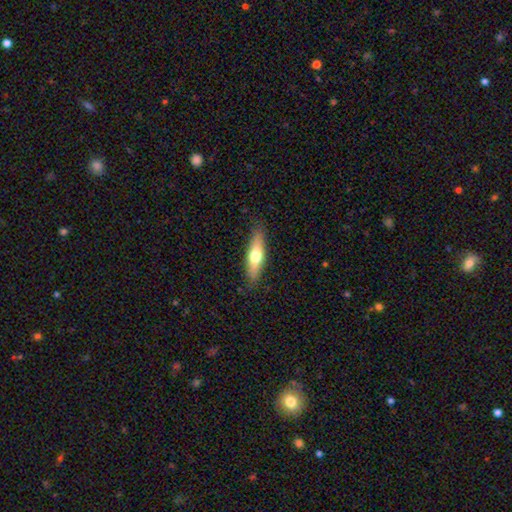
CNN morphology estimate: This is possibly a smooth galaxy (56%). How rounded: likely cigar-shaped (65%). Merging: clearly none (86%).